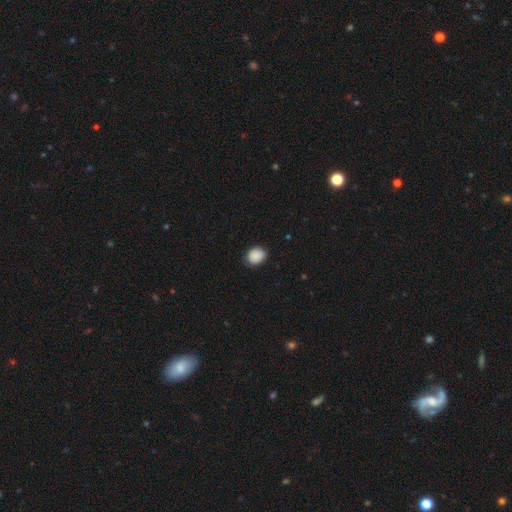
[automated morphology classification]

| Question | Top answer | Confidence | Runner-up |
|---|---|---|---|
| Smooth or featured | smooth | 89% | star or artifact (8%) |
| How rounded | round | 51% | in between (48%) |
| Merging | none | 84% | minor disturbance (12%) |